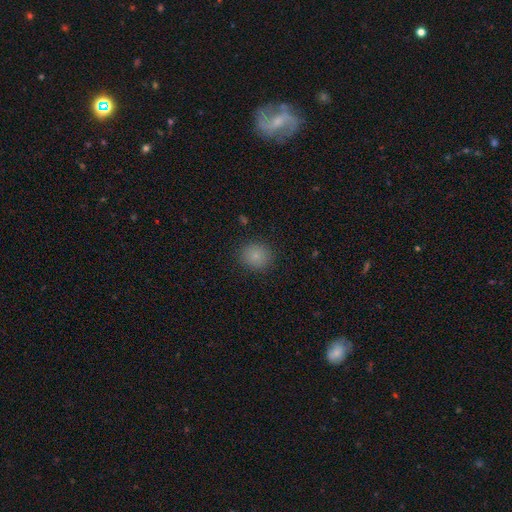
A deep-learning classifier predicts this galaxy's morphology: type=smooth (81%); roundness=round (79%); merging=none (88%).